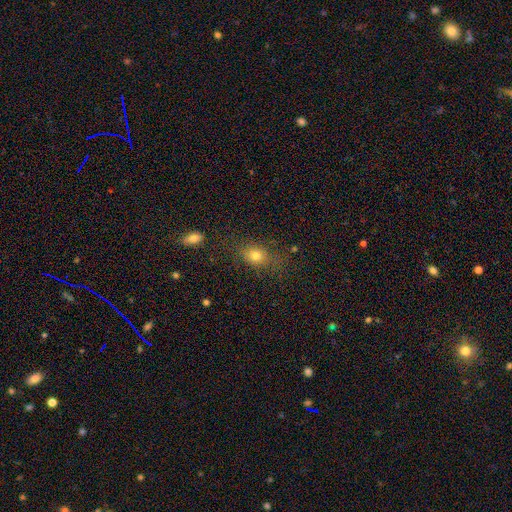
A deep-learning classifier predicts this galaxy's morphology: Q: Smooth or featured?
A: smooth (75%); runner-up: star or artifact (14%)
Q: How rounded?
A: in between (56%); runner-up: round (41%)
Q: Merging?
A: none (71%); runner-up: minor disturbance (17%)